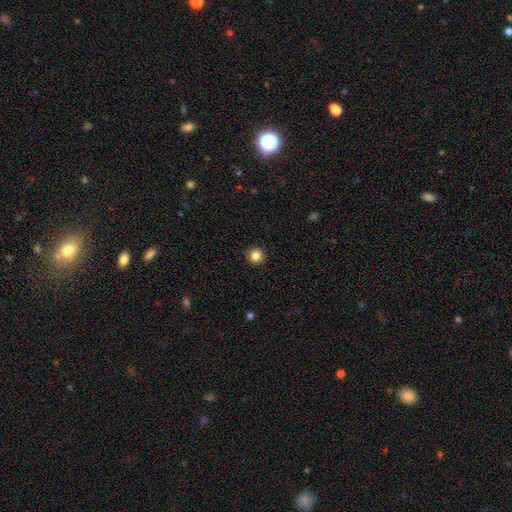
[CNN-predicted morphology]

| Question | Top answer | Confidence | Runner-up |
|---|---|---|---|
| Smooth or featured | smooth | 84% | star or artifact (11%) |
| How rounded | round | 95% | in between (4%) |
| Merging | none | 93% | minor disturbance (4%) |